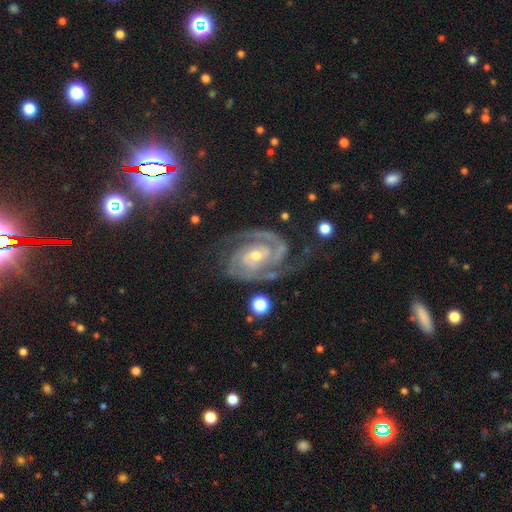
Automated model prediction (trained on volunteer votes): This is clearly a featured or disk galaxy (91%). It is clearly not viewed edge-on (98%). Bar: possibly no (57%). Spiral arm pattern: clearly yes (98%). Spiral arm count: clearly 2 (81%). Spiral winding: likely tight (64%). Central bulge: possibly small (57%). Merging: likely none (73%).